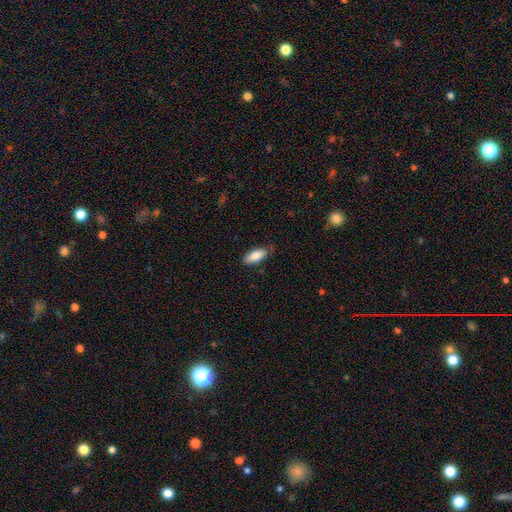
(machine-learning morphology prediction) smooth-or-featured: smooth: 84% | featured or disk: 10% | star or artifact: 6%
  how-rounded: in between: 85% | cigar-shaped: 13% | round: 2%
  merging: none: 76% | minor disturbance: 19% | major disturbance: 3% | merger: 1%